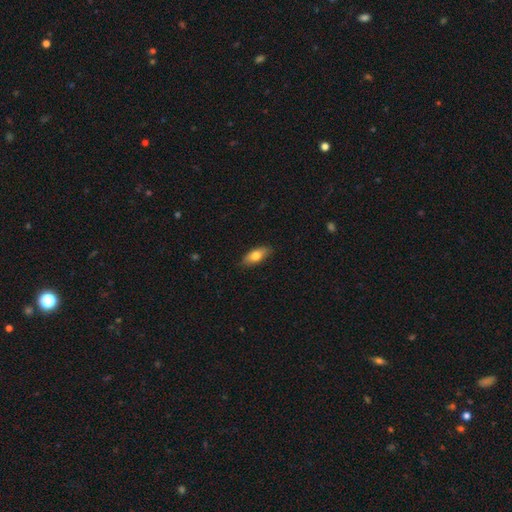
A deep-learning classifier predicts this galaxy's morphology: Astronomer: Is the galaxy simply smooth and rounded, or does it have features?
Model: smooth — 75%.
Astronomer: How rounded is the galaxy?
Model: in between — 79%.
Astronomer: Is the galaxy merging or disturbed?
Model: none — 86%.